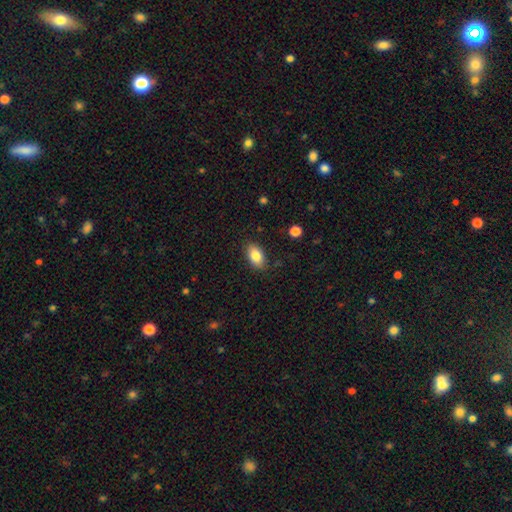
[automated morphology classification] smooth-or-featured: smooth: 84% | featured or disk: 8% | star or artifact: 8%
  how-rounded: in between: 91% | round: 6% | cigar-shaped: 3%
  merging: none: 85% | minor disturbance: 11% | major disturbance: 3% | merger: 1%